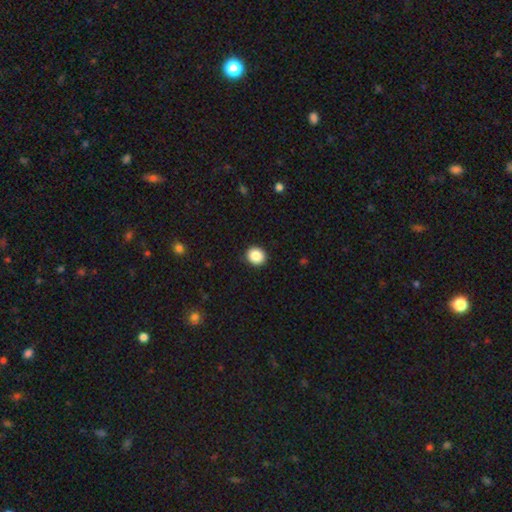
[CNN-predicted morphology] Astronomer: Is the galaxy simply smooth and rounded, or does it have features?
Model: smooth — 88%.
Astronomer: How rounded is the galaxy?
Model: round — 80%.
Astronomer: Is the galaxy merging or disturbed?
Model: none — 92%.